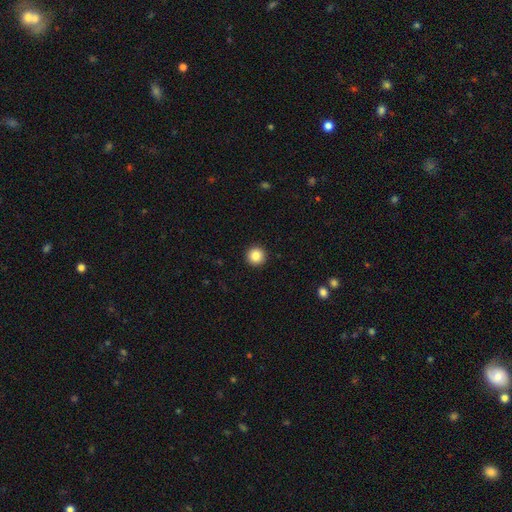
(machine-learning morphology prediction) Overall: smooth (86%). How rounded: round (96%). Merging: none (94%).